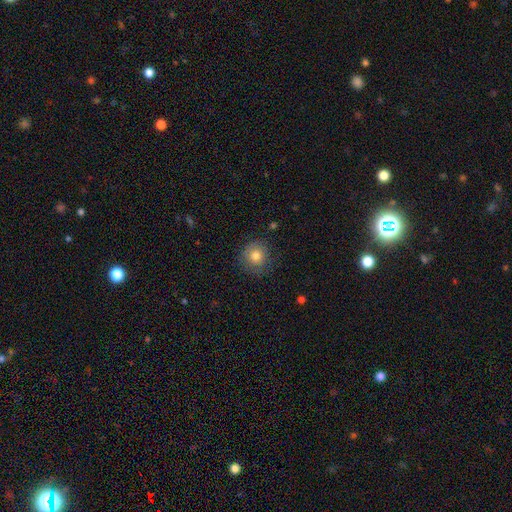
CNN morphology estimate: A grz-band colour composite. It shows a smooth galaxy with no disk features (79%) that is round (90%). Merging: none (81%).